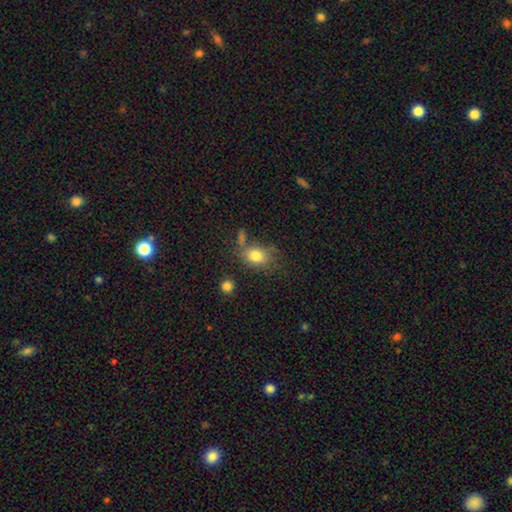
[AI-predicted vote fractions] This is clearly a smooth galaxy (80%). How rounded: likely in between (64%). Merging: possibly none (60%).